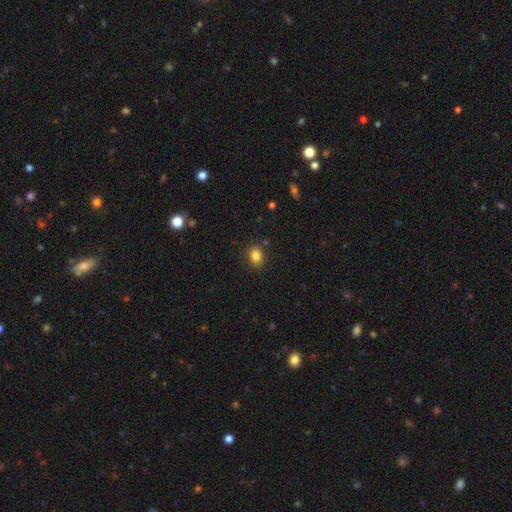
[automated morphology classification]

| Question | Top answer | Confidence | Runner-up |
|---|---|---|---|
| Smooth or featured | smooth | 85% | star or artifact (11%) |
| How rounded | in between | 57% | round (42%) |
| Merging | none | 84% | minor disturbance (11%) |